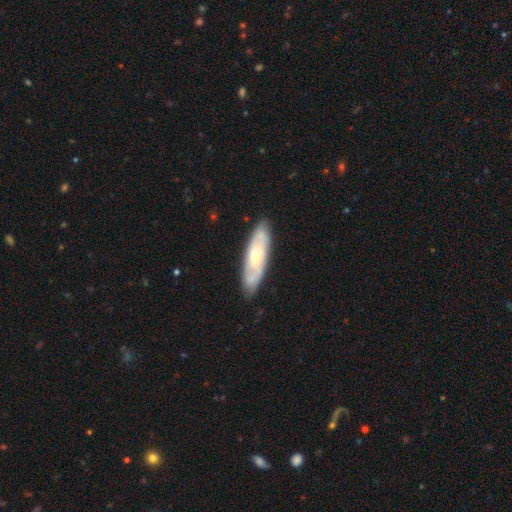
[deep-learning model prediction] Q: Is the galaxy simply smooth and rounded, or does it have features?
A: featured or disk — 56%.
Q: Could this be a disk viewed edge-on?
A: no — 70%.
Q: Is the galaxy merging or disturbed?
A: none — 83%.